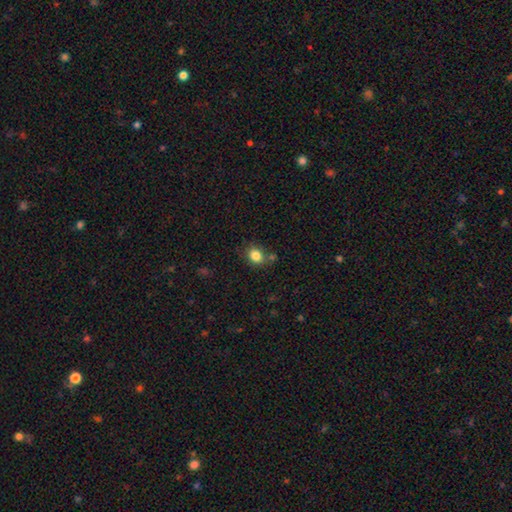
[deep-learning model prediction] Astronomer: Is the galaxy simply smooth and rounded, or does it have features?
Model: smooth — 84%.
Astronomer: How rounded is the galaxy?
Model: round — 50% (runner-up: in between, 49%).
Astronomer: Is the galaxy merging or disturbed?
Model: none — 71%.